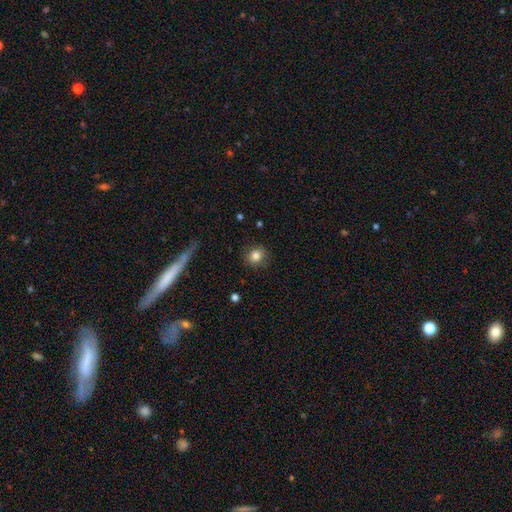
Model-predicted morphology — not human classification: Q: Smooth or featured?
A: smooth (81%); runner-up: star or artifact (11%)
Q: How rounded?
A: round (84%); runner-up: in between (15%)
Q: Merging?
A: none (86%); runner-up: minor disturbance (10%)